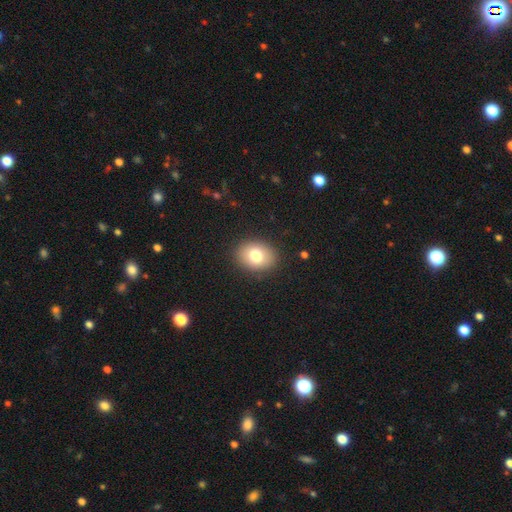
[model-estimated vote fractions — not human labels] This appears to be a smooth galaxy with no disk features (77%) that is in between round and cigar-shaped (56%). Merging: none (89%).